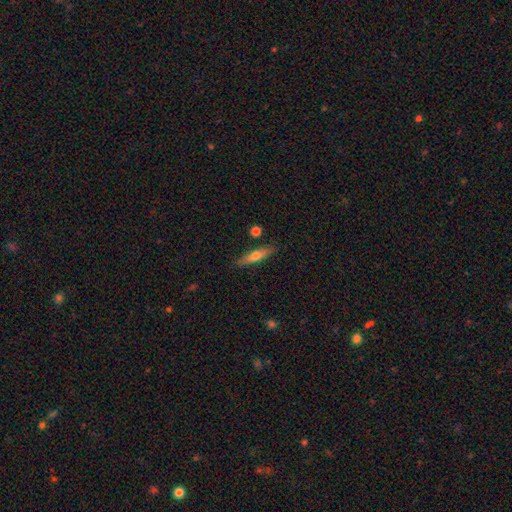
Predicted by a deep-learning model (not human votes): Q: Smooth or featured?
A: smooth (56%); runner-up: featured or disk (37%)
Q: How rounded?
A: cigar-shaped (79%); runner-up: in between (19%)
Q: Merging?
A: none (85%); runner-up: minor disturbance (10%)